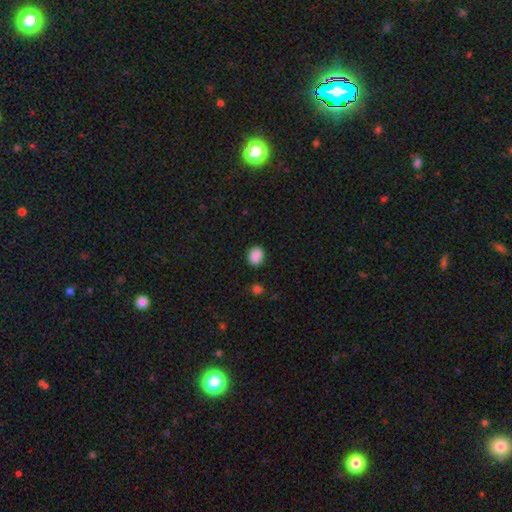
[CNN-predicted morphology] This appears to be a smooth galaxy with no disk features (89%) that is in between round and cigar-shaped (56%). Merging: none (86%).